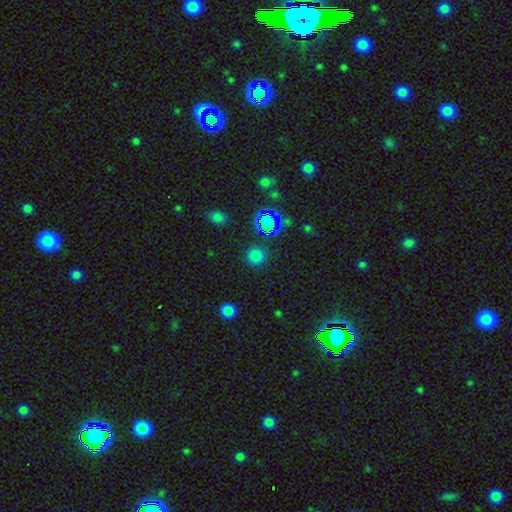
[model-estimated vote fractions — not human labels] smooth 71%, star or artifact 24%, featured or disk 5%. Down the decision tree: how rounded — round (92%); merging — none (87%).